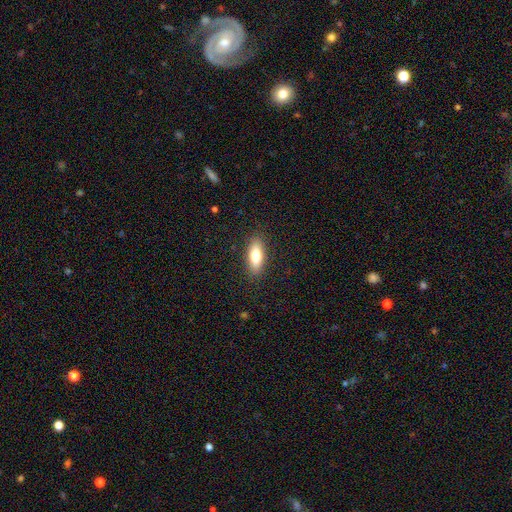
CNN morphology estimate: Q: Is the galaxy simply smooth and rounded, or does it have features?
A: smooth — 75%.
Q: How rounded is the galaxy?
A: in between — 70%.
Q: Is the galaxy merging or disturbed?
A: none — 88%.